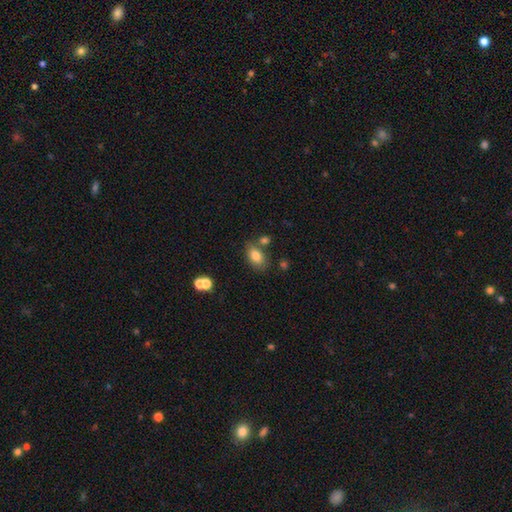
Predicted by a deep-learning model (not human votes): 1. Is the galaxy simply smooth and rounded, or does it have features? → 81% smooth, 10% featured or disk, 9% star or artifact.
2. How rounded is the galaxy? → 87% in between, 11% round, 2% cigar-shaped.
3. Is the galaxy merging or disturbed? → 67% none, 15% minor disturbance, 14% merger, 4% major disturbance.